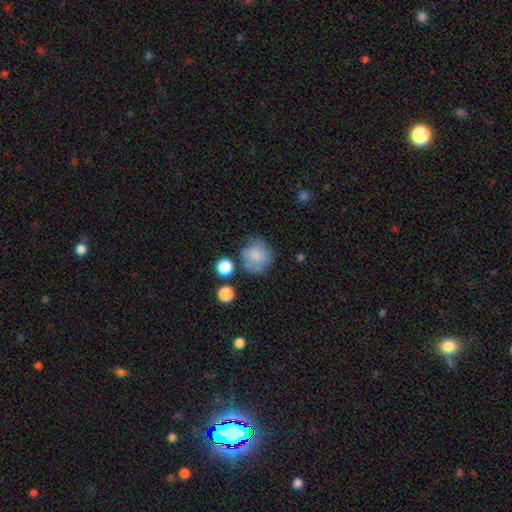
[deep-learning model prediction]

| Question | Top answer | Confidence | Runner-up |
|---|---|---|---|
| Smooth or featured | smooth | 76% | featured or disk (15%) |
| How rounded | round | 83% | in between (16%) |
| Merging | none | 59% | minor disturbance (23%) |